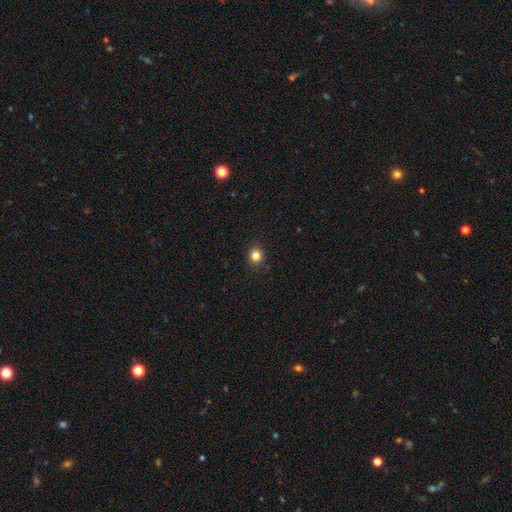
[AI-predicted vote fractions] Smooth or featured?
  - smooth: 84% *
  - star or artifact: 12%
  - featured or disk: 4%
How rounded?
  - round: 89% *
  - in between: 10%
  - cigar-shaped: 1%
Merging?
  - none: 91% *
  - minor disturbance: 6%
  - major disturbance: 2%
  - merger: 1%